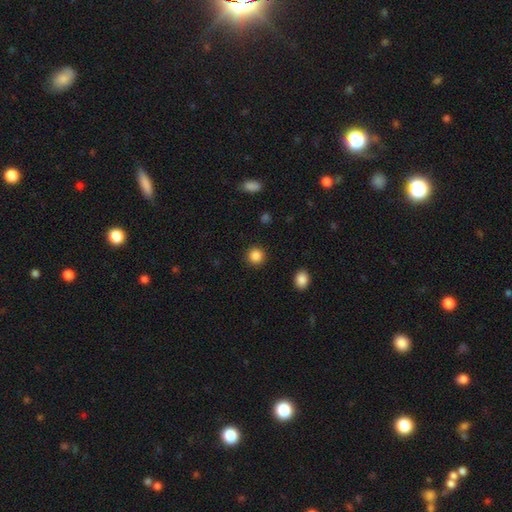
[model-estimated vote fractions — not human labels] Smooth or featured?
  - smooth: 87% *
  - star or artifact: 10%
  - featured or disk: 3%
How rounded?
  - round: 93% *
  - in between: 6%
  - cigar-shaped: 1%
Merging?
  - none: 92% *
  - minor disturbance: 5%
  - major disturbance: 2%
  - merger: 1%